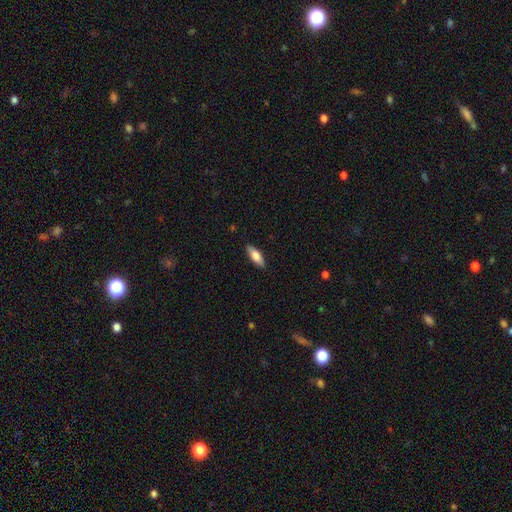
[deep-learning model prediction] Smooth or featured?
  - smooth: 72% *
  - featured or disk: 23%
  - star or artifact: 6%
How rounded?
  - in between: 64% *
  - cigar-shaped: 34%
  - round: 2%
Merging?
  - none: 88% *
  - minor disturbance: 9%
  - major disturbance: 2%
  - merger: 1%